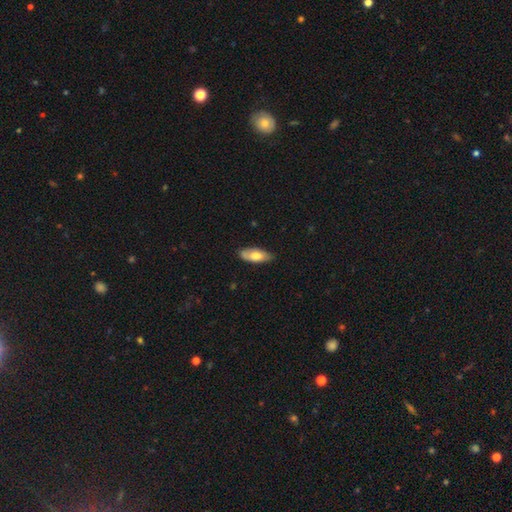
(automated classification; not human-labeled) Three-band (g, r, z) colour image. It shows a smooth galaxy with no disk features (66%) that is in between round and cigar-shaped (81%). Merging: none (78%).